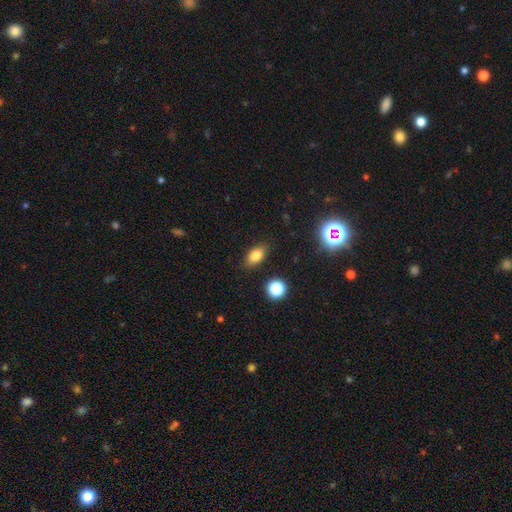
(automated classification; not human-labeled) This appears to be a smooth galaxy with no disk features (79%) that is in between round and cigar-shaped (84%). Merging: none (85%).